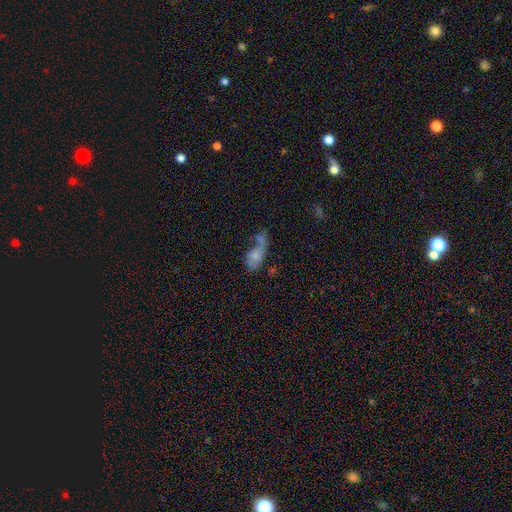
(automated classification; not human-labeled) smooth 56%, featured or disk 33%, star or artifact 11%. Down the decision tree: how rounded — in between (82%); merging — major disturbance (33%, tied with merger).